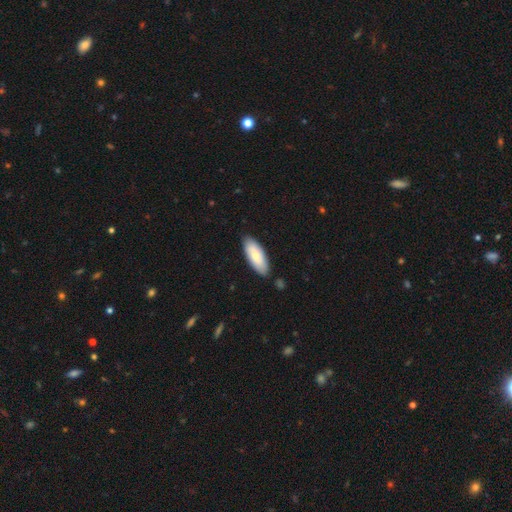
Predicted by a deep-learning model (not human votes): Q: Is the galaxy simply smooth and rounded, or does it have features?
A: smooth — 77%.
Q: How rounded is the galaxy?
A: in between — 77%.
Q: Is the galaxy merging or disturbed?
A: none — 84%.